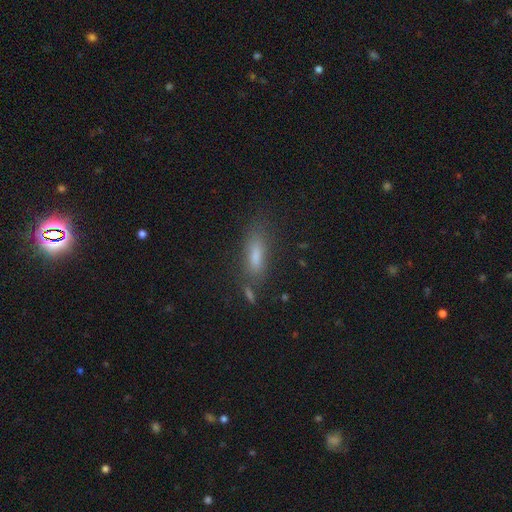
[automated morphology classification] Smooth or featured? smooth (71%)
How rounded? cigar-shaped (53%)
Merging? none (68%)